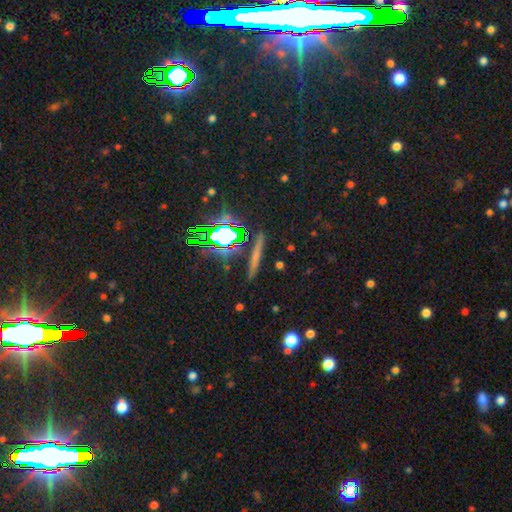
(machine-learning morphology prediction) smooth_or_featured: smooth (p=0.44) [alt: featured or disk p=0.30]
merging: none (p=0.86) [alt: minor disturbance p=0.09]